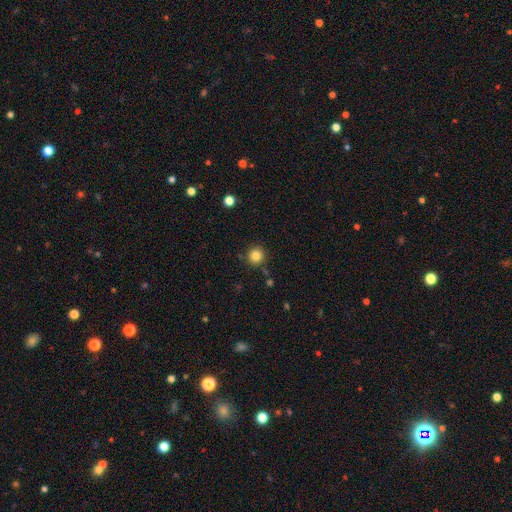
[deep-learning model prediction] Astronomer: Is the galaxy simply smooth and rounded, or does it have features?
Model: smooth — 84%.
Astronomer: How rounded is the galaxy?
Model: round — 93%.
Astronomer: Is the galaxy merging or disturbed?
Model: none — 87%.